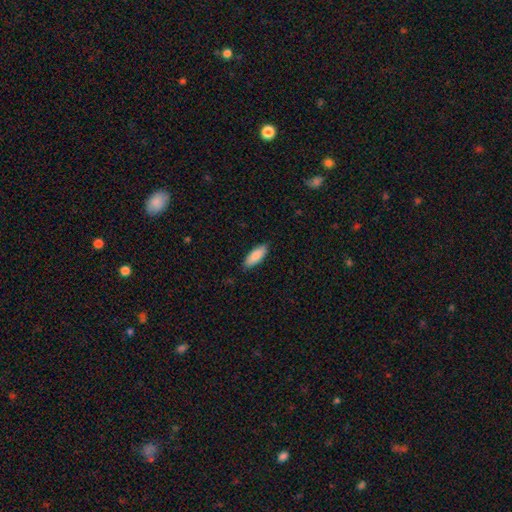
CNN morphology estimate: This is clearly a smooth galaxy (86%). How rounded: likely in between (75%). Merging: clearly none (87%).